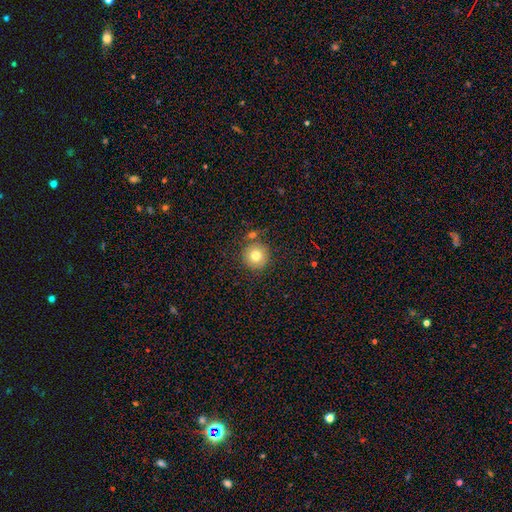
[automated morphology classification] smooth_or_featured: smooth (p=0.78) [alt: star or artifact p=0.12]
how_rounded: round (p=0.95) [alt: in between p=0.04]
merging: none (p=0.79) [alt: minor disturbance p=0.09]